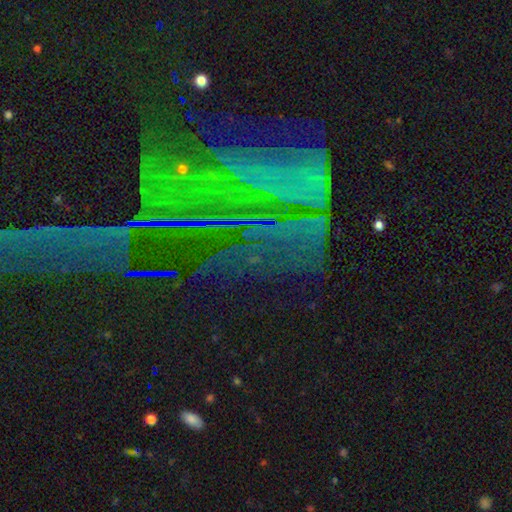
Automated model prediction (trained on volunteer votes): Smooth or featured? star or artifact (78%)